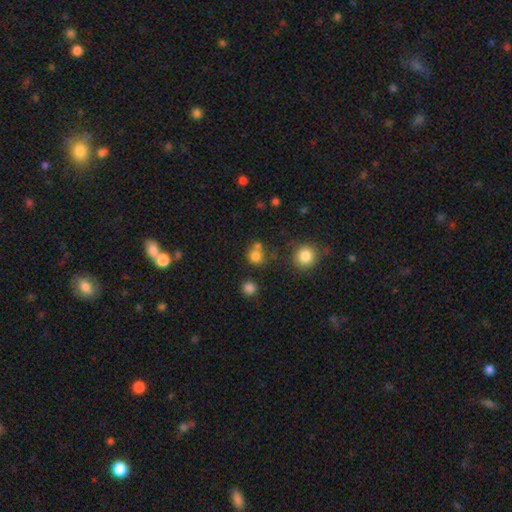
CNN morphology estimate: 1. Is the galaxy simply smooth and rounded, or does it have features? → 77% smooth, 16% star or artifact, 7% featured or disk.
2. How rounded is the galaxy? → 86% round, 13% in between, 1% cigar-shaped.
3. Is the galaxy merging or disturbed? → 60% none, 26% merger, 10% minor disturbance, 5% major disturbance.